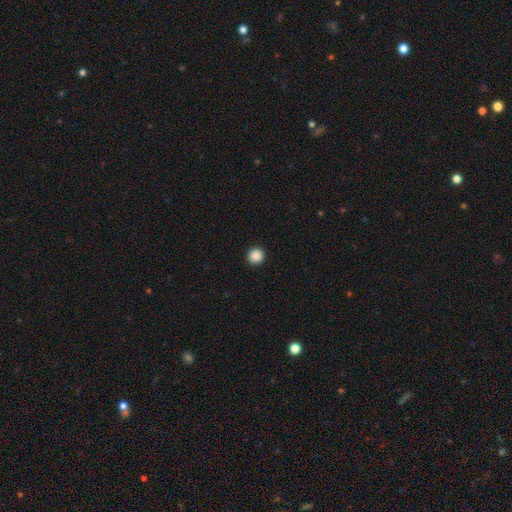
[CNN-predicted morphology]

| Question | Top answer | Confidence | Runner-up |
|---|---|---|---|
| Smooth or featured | smooth | 89% | star or artifact (9%) |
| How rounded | round | 94% | in between (5%) |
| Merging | none | 93% | minor disturbance (5%) |